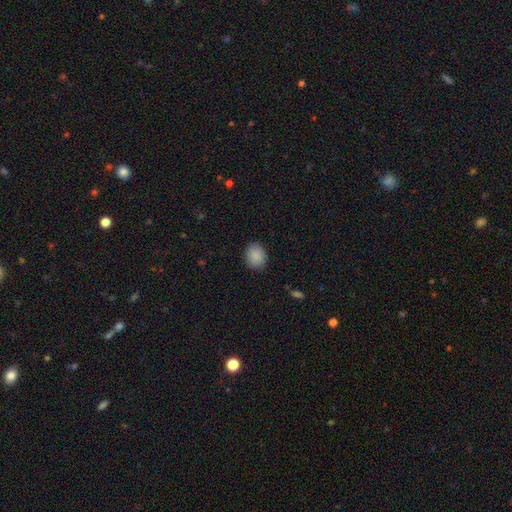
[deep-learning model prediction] Morphology: type=smooth (88%); roundness=round (56%); merging=none (88%).